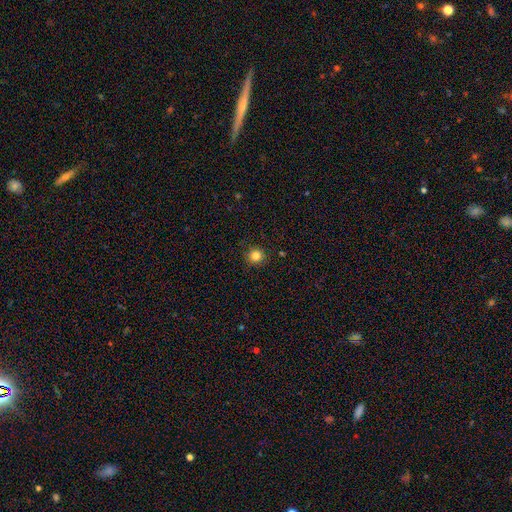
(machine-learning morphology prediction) smooth-or-featured: smooth: 83% | star or artifact: 12% | featured or disk: 5%
  how-rounded: round: 94% | in between: 5% | cigar-shaped: 1%
  merging: none: 90% | minor disturbance: 7% | major disturbance: 2% | merger: 1%